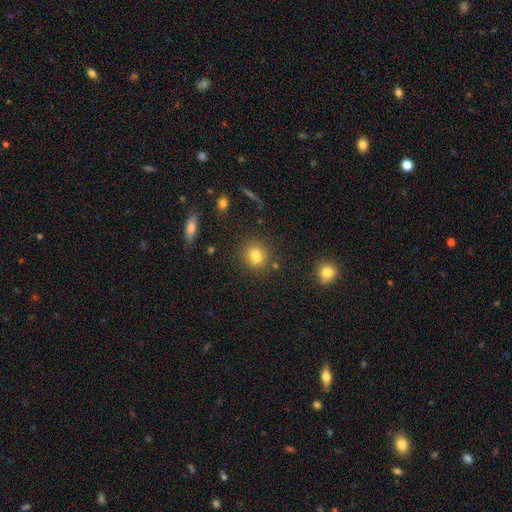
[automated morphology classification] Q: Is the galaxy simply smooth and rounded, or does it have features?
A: smooth — 80%.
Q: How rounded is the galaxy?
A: round — 82%.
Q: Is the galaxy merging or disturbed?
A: none — 85%.